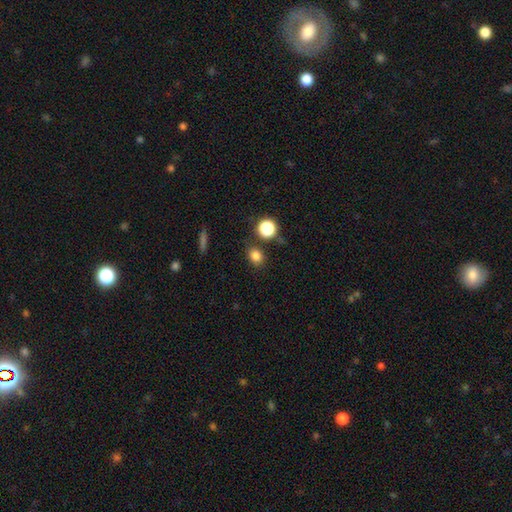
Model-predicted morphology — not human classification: smooth 81%, star or artifact 14%, featured or disk 5%. Down the decision tree: how rounded — round (58%); merging — none (80%).